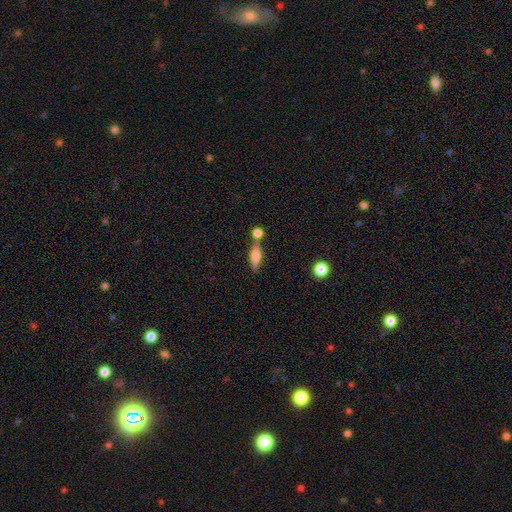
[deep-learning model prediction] A smooth galaxy with no disk features (57%) that is cigar-shaped (57%).

Vote fractions:
- Smooth or featured? smooth: 57% / featured or disk: 35% / star or artifact: 8%
- How rounded? cigar-shaped: 57% / in between: 38% / round: 5%
- Merging? none: 60% / merger: 25% / minor disturbance: 11% / major disturbance: 4%